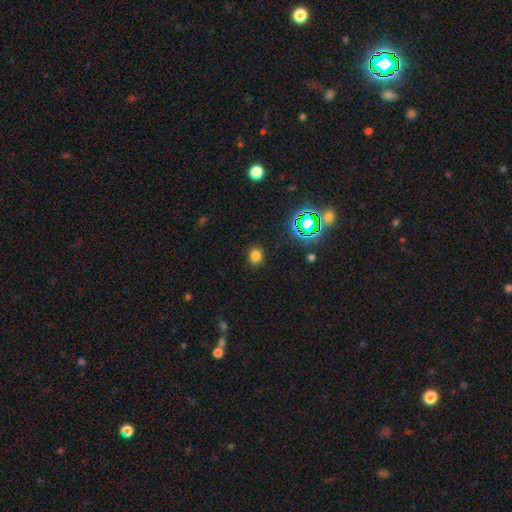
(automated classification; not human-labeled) Overall: smooth (76%). How rounded: round (79%). Merging: none (89%).